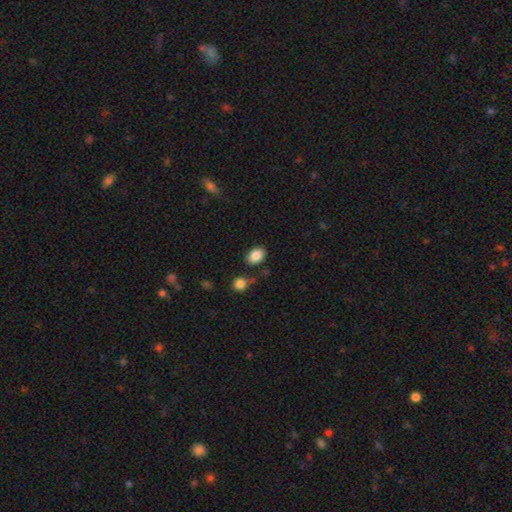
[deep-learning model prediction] smooth-or-featured: smooth: 87% | star or artifact: 8% | featured or disk: 5%
  how-rounded: in between: 79% | round: 20% | cigar-shaped: 1%
  merging: none: 78% | minor disturbance: 12% | merger: 6% | major disturbance: 3%